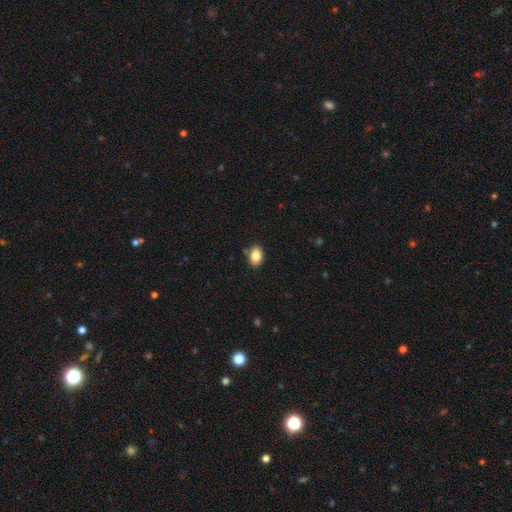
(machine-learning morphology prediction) Q: Smooth or featured?
A: smooth (85%); runner-up: star or artifact (8%)
Q: How rounded?
A: in between (84%); runner-up: round (15%)
Q: Merging?
A: none (83%); runner-up: minor disturbance (12%)